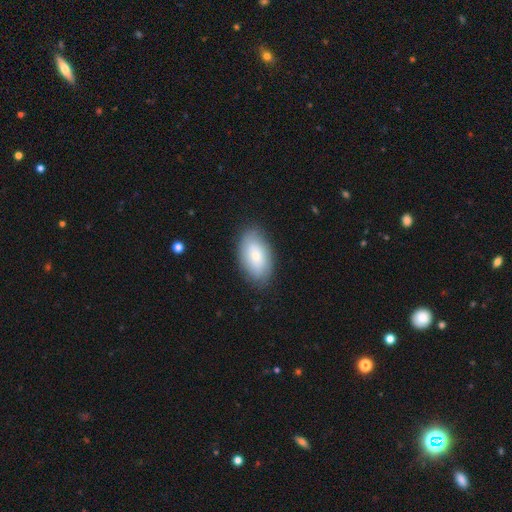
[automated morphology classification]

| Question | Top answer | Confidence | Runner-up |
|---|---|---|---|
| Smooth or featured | smooth | 75% | featured or disk (18%) |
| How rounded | in between | 94% | round (4%) |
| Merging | none | 83% | minor disturbance (13%) |